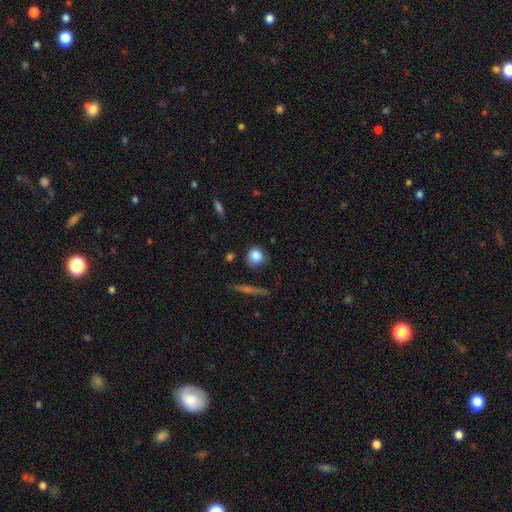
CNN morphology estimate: Q: Smooth or featured?
A: smooth (84%); runner-up: star or artifact (9%)
Q: How rounded?
A: round (82%); runner-up: in between (15%)
Q: Merging?
A: none (75%); runner-up: minor disturbance (17%)